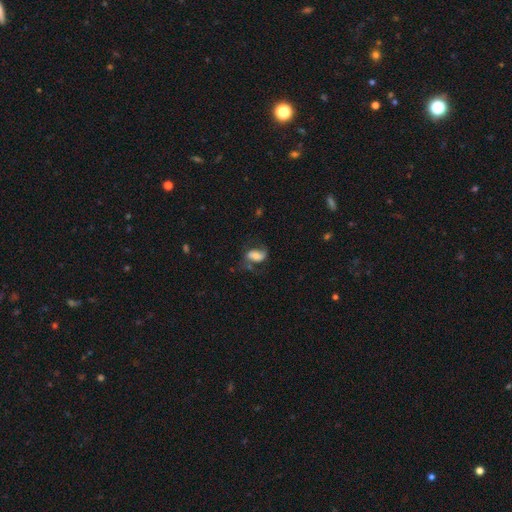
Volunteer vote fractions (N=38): Overall: smooth (50%; featured or disk 42%). How rounded: in between (74%). Merging: none (54%; minor disturbance 34%).